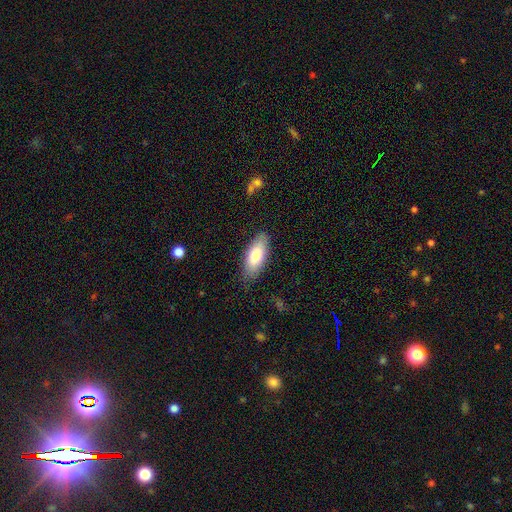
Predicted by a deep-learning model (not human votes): A smooth galaxy with no disk features (78%) that is in between round and cigar-shaped (82%).

Vote fractions:
- Smooth or featured? smooth: 78% / featured or disk: 16% / star or artifact: 6%
- How rounded? in between: 82% / cigar-shaped: 16% / round: 2%
- Merging? none: 81% / minor disturbance: 15% / major disturbance: 3% / merger: 1%